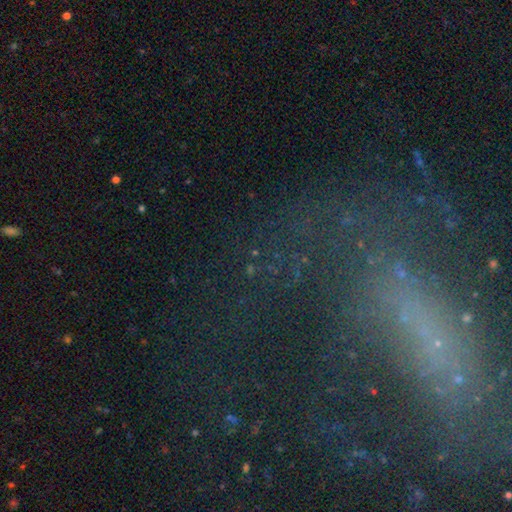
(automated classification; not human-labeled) Q: Smooth or featured?
A: star or artifact (49%); runner-up: featured or disk (33%)